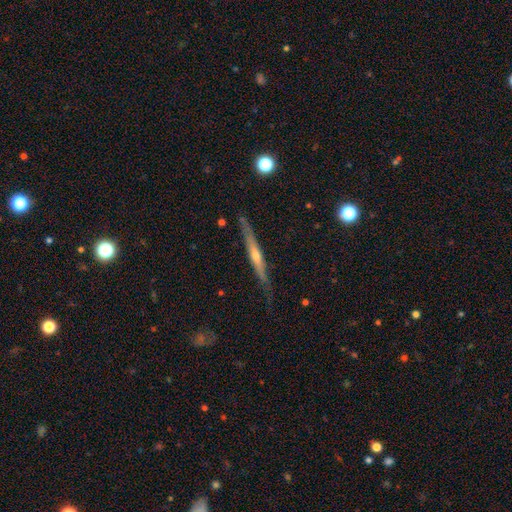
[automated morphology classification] This is likely a featured or disk galaxy (70%). It is clearly viewed edge-on (96%). Edge-on bulge: likely rounded (67%). Merging: likely none (79%).